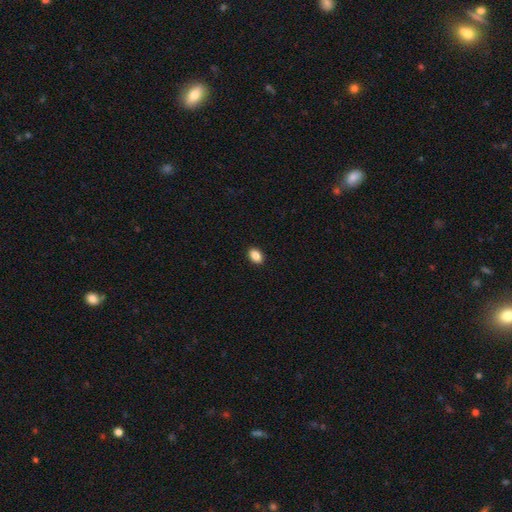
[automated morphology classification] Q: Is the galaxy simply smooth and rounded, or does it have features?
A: smooth — 88%.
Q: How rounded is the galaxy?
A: in between — 85%.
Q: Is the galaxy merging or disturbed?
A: none — 91%.